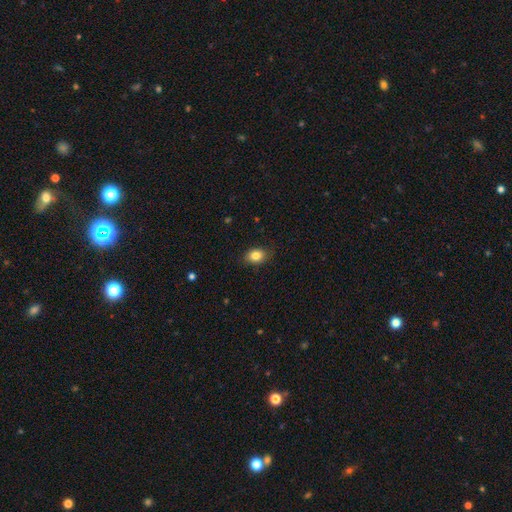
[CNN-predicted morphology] A smooth galaxy with no disk features (83%) that is in between round and cigar-shaped (71%).

Vote fractions:
- Smooth or featured? smooth: 83% / star or artifact: 9% / featured or disk: 8%
- How rounded? in between: 71% / round: 28% / cigar-shaped: 1%
- Merging? none: 82% / minor disturbance: 14% / major disturbance: 3% / merger: 1%